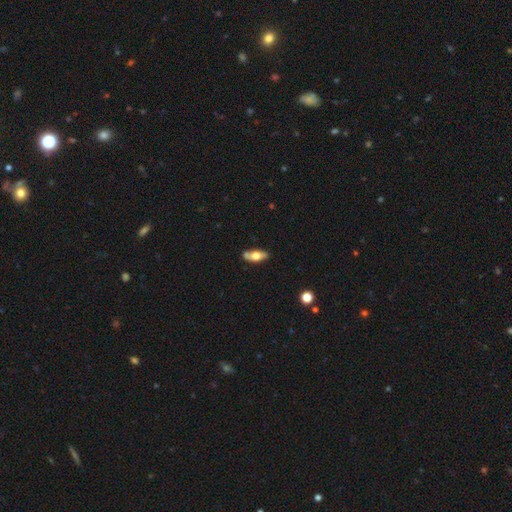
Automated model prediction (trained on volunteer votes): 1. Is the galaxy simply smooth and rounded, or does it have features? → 59% smooth, 34% featured or disk, 6% star or artifact.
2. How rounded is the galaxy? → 77% in between, 20% cigar-shaped, 3% round.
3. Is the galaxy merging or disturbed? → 72% none, 15% minor disturbance, 10% merger, 3% major disturbance.